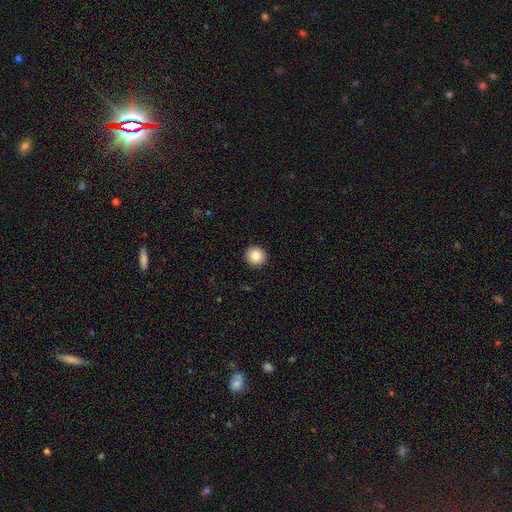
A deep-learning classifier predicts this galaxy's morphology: A smooth galaxy with no disk features (85%) that is round (95%).

Vote fractions:
- Smooth or featured? smooth: 85% / star or artifact: 9% / featured or disk: 6%
- How rounded? round: 95% / in between: 4% / cigar-shaped: 1%
- Merging? none: 93% / minor disturbance: 5% / major disturbance: 2% / merger: 1%